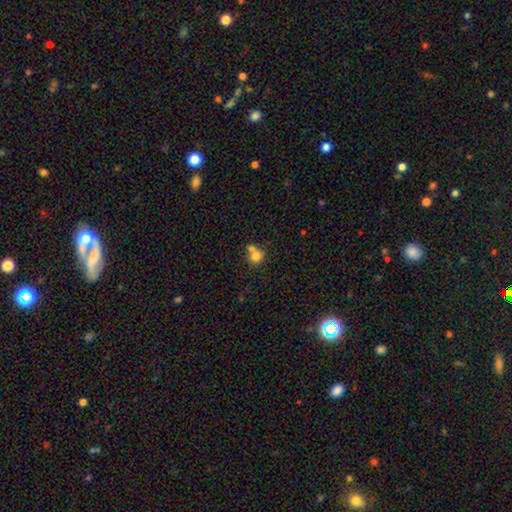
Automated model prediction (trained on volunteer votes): smooth_or_featured: smooth (p=0.78) [alt: star or artifact p=0.11]
how_rounded: round (p=0.83) [alt: in between p=0.16]
merging: merger (p=0.45) [alt: none p=0.42]